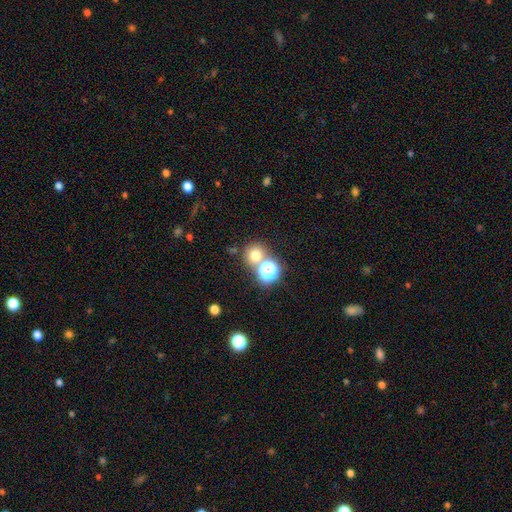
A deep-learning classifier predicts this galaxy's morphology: smooth_or_featured: smooth (p=0.69) [alt: star or artifact p=0.23]
how_rounded: round (p=0.87) [alt: in between p=0.12]
merging: none (p=0.63) [alt: merger p=0.26]